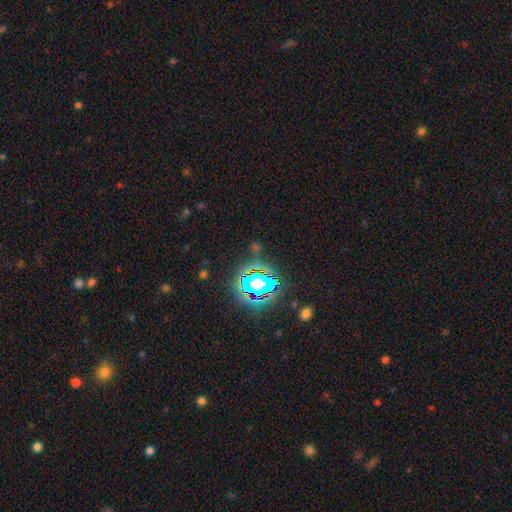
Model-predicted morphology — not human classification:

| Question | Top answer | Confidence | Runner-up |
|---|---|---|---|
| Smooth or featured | star or artifact | 74% | smooth (16%) |